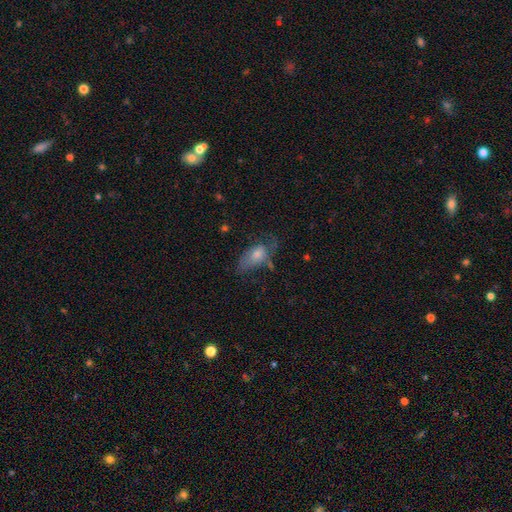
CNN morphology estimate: type=smooth (45%); merging=none (45%).